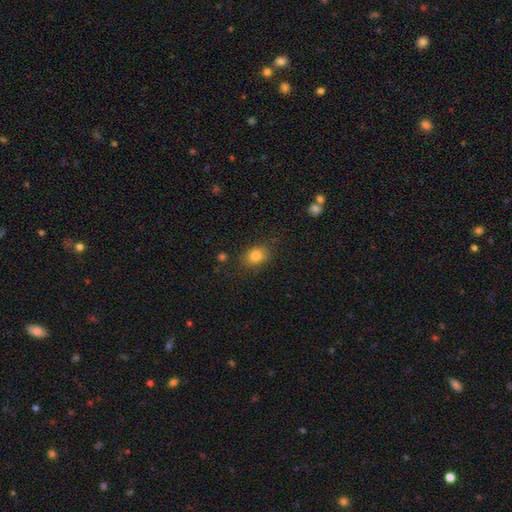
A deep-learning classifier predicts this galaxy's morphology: Q: Smooth or featured?
A: smooth (82%); runner-up: star or artifact (11%)
Q: How rounded?
A: in between (61%); runner-up: round (37%)
Q: Merging?
A: none (79%); runner-up: minor disturbance (14%)